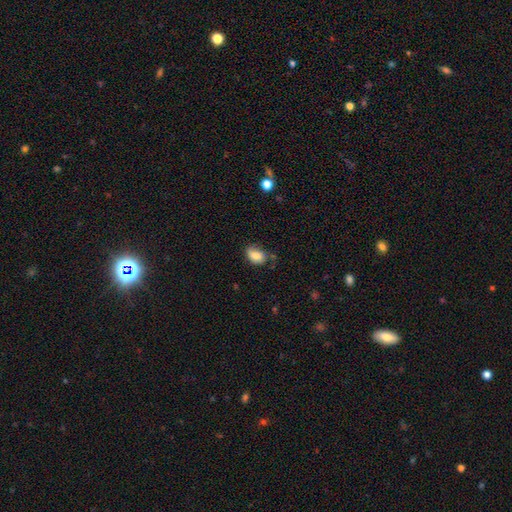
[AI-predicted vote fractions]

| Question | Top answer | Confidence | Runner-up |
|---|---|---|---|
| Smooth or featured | smooth | 80% | featured or disk (12%) |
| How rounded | in between | 82% | round (17%) |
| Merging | none | 56% | minor disturbance (30%) |